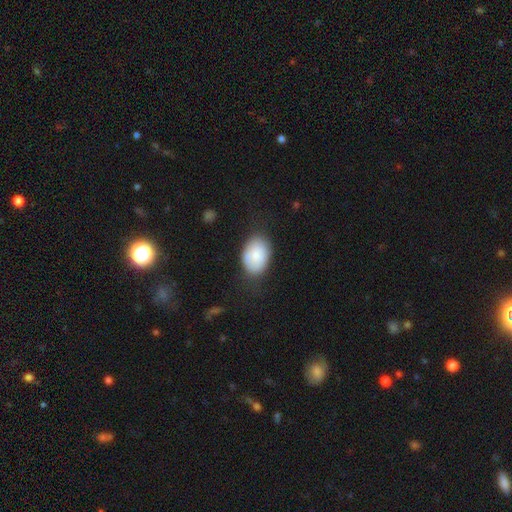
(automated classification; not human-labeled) smooth 82%, featured or disk 12%, star or artifact 6%. Down the decision tree: how rounded — in between (83%); merging — none (71%).